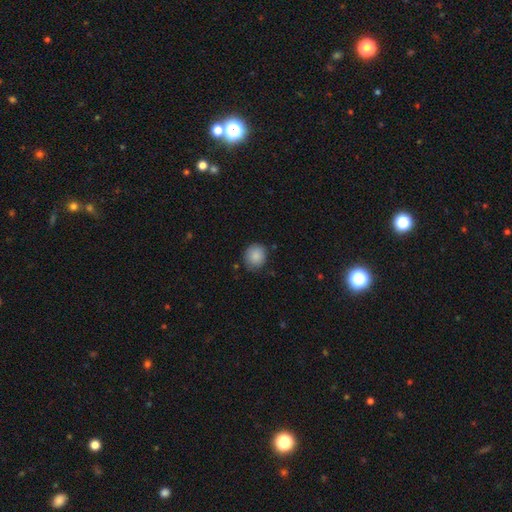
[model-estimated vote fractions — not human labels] A smooth galaxy with no disk features (88%) that is round (80%). Merging: none (78%).